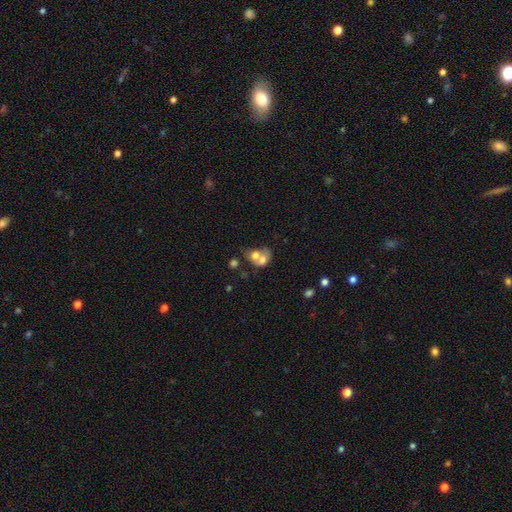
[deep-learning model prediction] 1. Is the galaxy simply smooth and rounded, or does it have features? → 61% smooth, 29% featured or disk, 10% star or artifact.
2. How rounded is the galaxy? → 51% round, 48% in between, 1% cigar-shaped.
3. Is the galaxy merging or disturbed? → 71% merger, 16% none, 7% minor disturbance, 6% major disturbance.